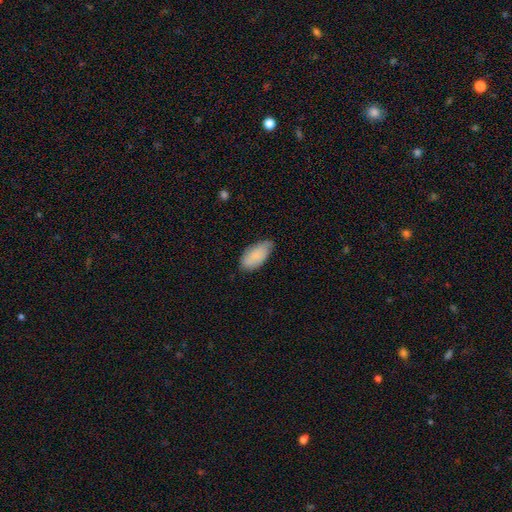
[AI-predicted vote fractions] Q: Smooth or featured?
A: smooth (84%); runner-up: featured or disk (10%)
Q: How rounded?
A: in between (94%); runner-up: cigar-shaped (4%)
Q: Merging?
A: none (62%); runner-up: minor disturbance (32%)